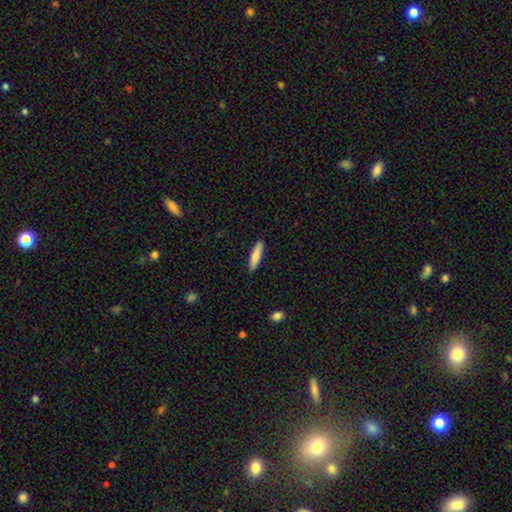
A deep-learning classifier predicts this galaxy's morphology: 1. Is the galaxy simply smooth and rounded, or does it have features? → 83% smooth, 11% featured or disk, 6% star or artifact.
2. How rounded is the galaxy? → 80% cigar-shaped, 19% in between, 1% round.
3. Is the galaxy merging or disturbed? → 88% none, 9% minor disturbance, 2% major disturbance, 1% merger.